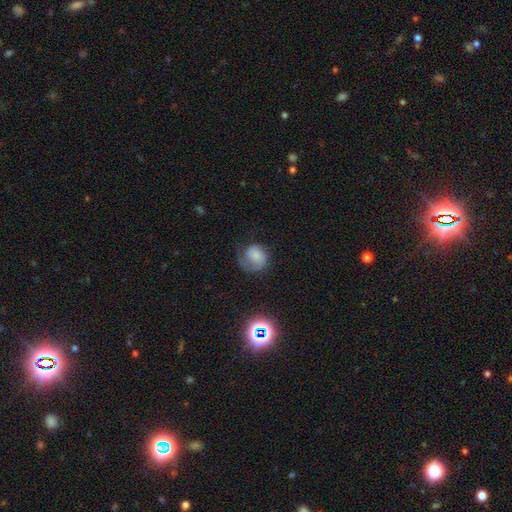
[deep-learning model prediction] Morphology: type=smooth (50%); merging=none (42%).